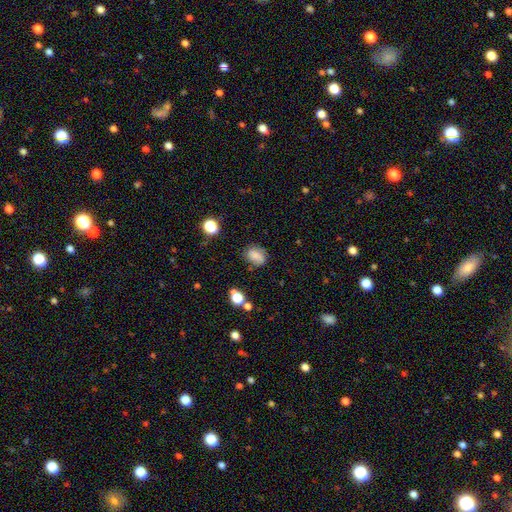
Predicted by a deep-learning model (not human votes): This is likely a smooth galaxy (75%). How rounded: likely in between (66%). Merging: likely none (68%).